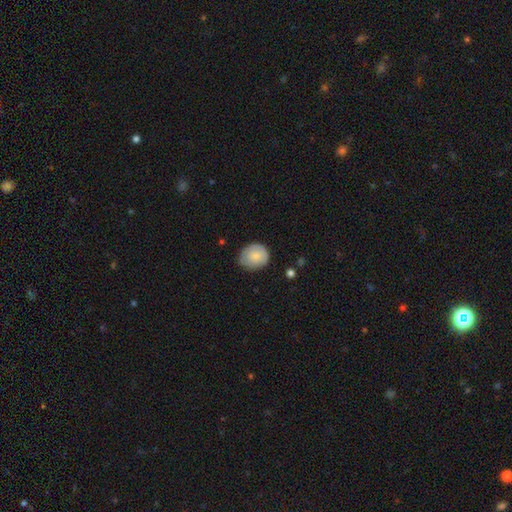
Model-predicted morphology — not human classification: Smooth or featured? smooth (80%)
How rounded? round (67%)
Merging? none (69%)